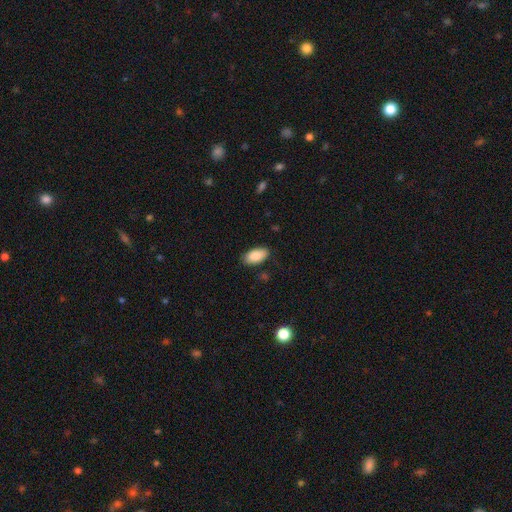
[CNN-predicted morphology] This appears to be a smooth galaxy with no disk features (88%) that is in between round and cigar-shaped (94%). Merging: none (85%).